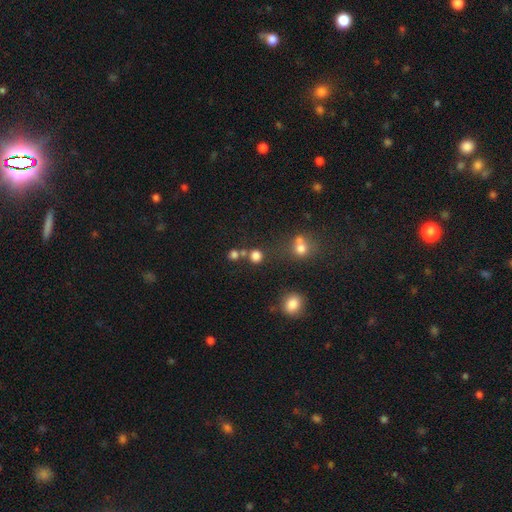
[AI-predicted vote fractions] smooth_or_featured: smooth (p=0.77) [alt: star or artifact p=0.17]
how_rounded: round (p=0.87) [alt: in between p=0.12]
merging: none (p=0.68) [alt: merger p=0.19]